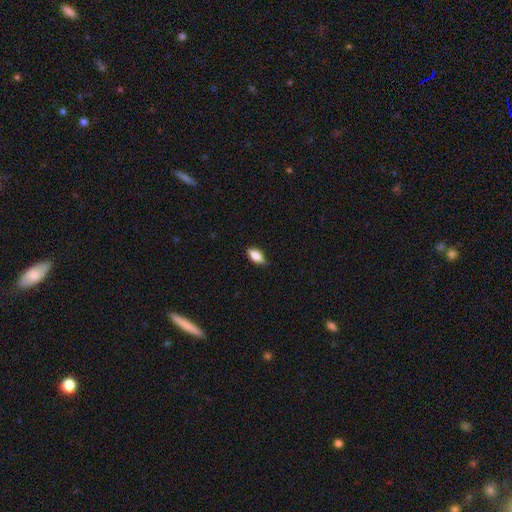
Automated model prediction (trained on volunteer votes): smooth_or_featured: smooth (p=0.80) [alt: featured or disk p=0.12]
how_rounded: in between (p=0.87) [alt: cigar-shaped p=0.10]
merging: none (p=0.79) [alt: minor disturbance p=0.18]